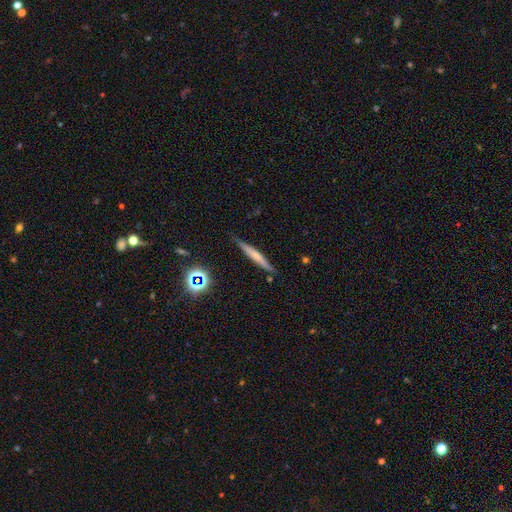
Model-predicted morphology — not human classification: This appears to be a smooth galaxy with no disk features (48%). Merging: none (83%).